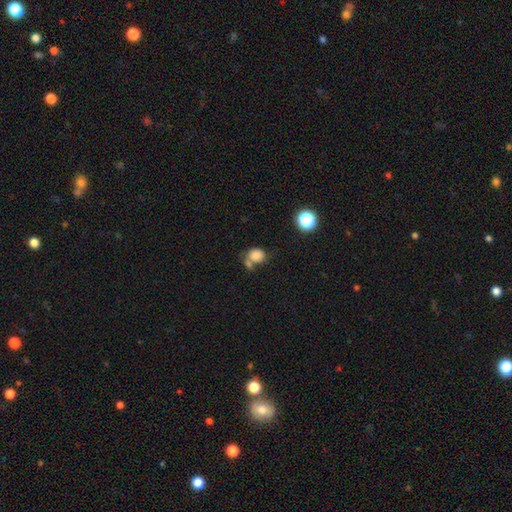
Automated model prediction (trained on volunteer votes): smooth 80%, star or artifact 11%, featured or disk 9%. Down the decision tree: how rounded — round (60%); merging — none (40%).